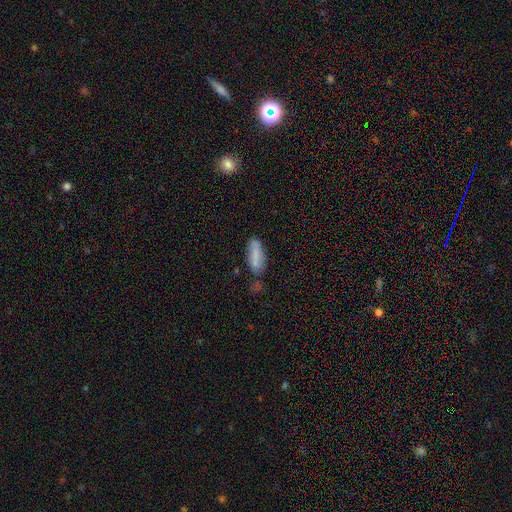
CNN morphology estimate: This is likely a smooth galaxy (80%). How rounded: possibly in between (58%). Merging: likely none (62%).